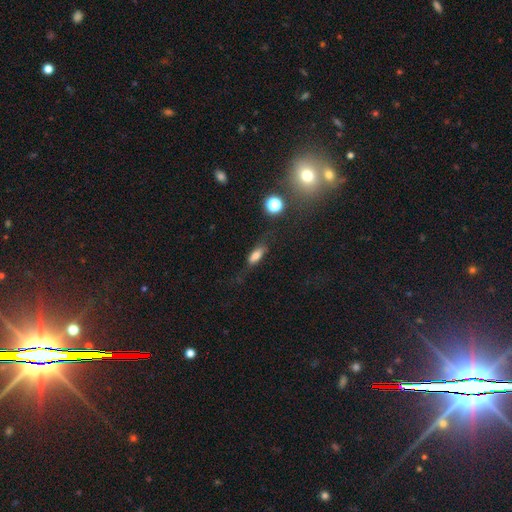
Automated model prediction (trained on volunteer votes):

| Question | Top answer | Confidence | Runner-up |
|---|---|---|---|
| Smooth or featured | smooth | 66% | featured or disk (23%) |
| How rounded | in between | 65% | cigar-shaped (29%) |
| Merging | none | 59% | minor disturbance (23%) |